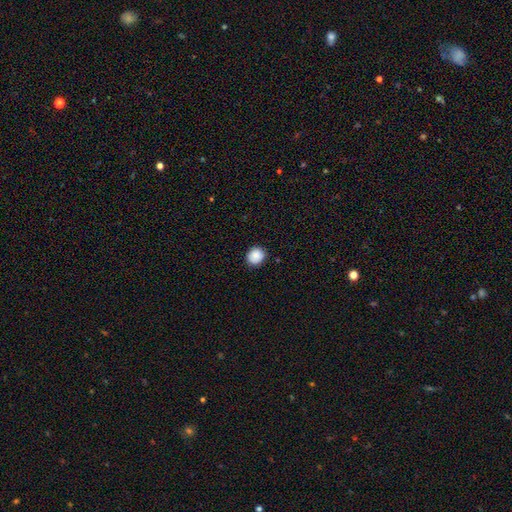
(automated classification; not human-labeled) Overall: smooth (86%). How rounded: round (85%). Merging: none (87%).